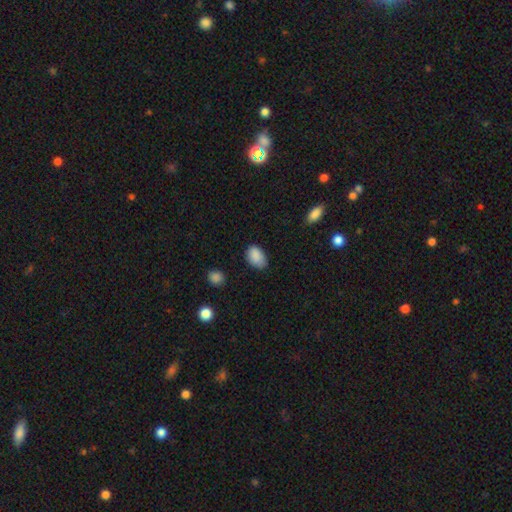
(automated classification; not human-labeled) Smooth or featured?
  - smooth: 88% *
  - star or artifact: 8%
  - featured or disk: 4%
How rounded?
  - in between: 89% *
  - round: 10%
  - cigar-shaped: 1%
Merging?
  - none: 73% *
  - minor disturbance: 22%
  - major disturbance: 4%
  - merger: 1%